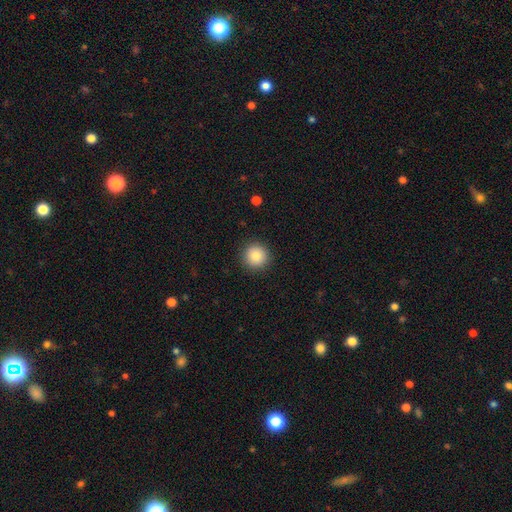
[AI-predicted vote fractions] Smooth or featured?
  - smooth: 85% *
  - star or artifact: 9%
  - featured or disk: 6%
How rounded?
  - round: 95% *
  - in between: 4%
  - cigar-shaped: 1%
Merging?
  - none: 92% *
  - minor disturbance: 5%
  - major disturbance: 2%
  - merger: 1%